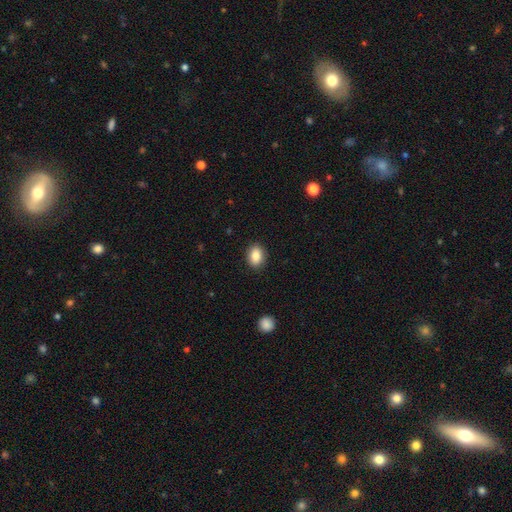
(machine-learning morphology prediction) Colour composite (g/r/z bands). It shows a smooth galaxy with no disk features (86%) that is in between round and cigar-shaped (74%). Merging: none (89%).